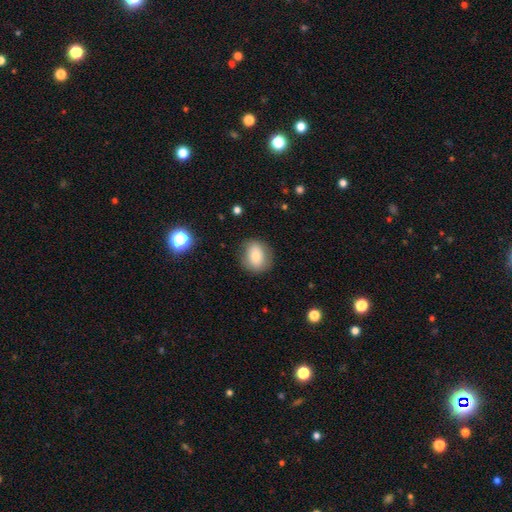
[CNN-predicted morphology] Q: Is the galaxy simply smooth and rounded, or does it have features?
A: smooth — 76%.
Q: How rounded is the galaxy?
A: round — 60%.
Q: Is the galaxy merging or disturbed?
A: none — 81%.